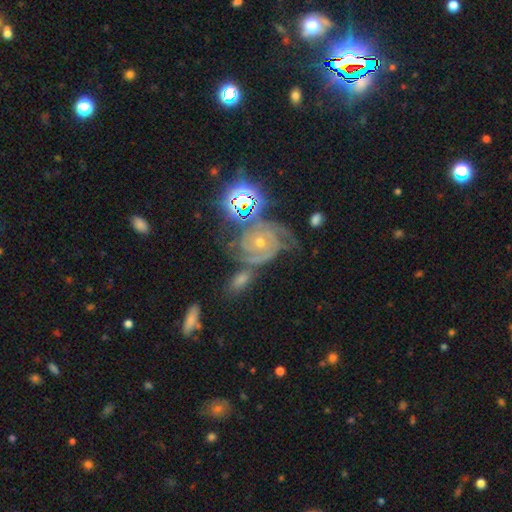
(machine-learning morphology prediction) This appears to be a featured or disk galaxy (61%) with no bar (73%), tight (66%) spiral arms (89%) and a small central bulge (62%). Merging: none (58%).